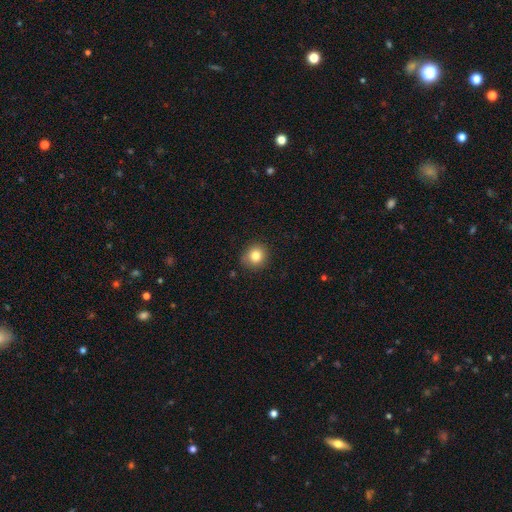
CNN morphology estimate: type=smooth (83%); roundness=round (86%); merging=none (83%).